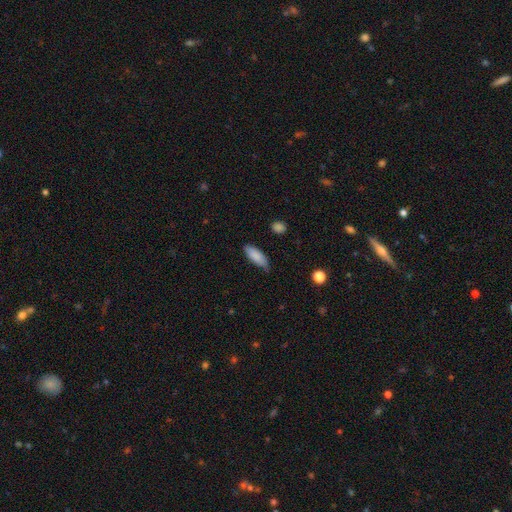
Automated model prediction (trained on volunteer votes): smooth-or-featured: smooth: 87% | featured or disk: 7% | star or artifact: 6%
  how-rounded: in between: 69% | cigar-shaped: 29% | round: 2%
  merging: none: 68% | minor disturbance: 26% | major disturbance: 4% | merger: 2%